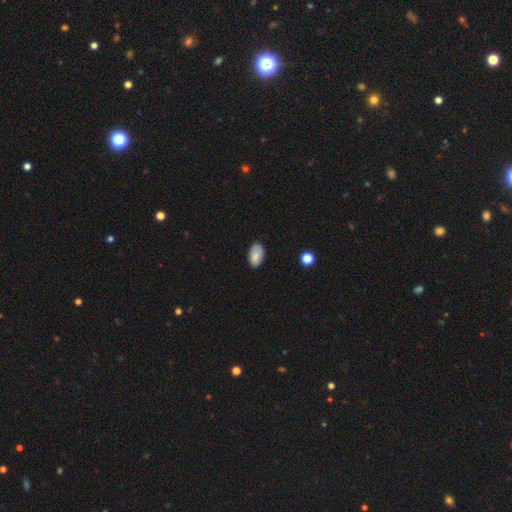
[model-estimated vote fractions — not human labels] Q: Smooth or featured?
A: smooth (79%); runner-up: featured or disk (13%)
Q: How rounded?
A: in between (94%); runner-up: round (5%)
Q: Merging?
A: none (76%); runner-up: minor disturbance (19%)